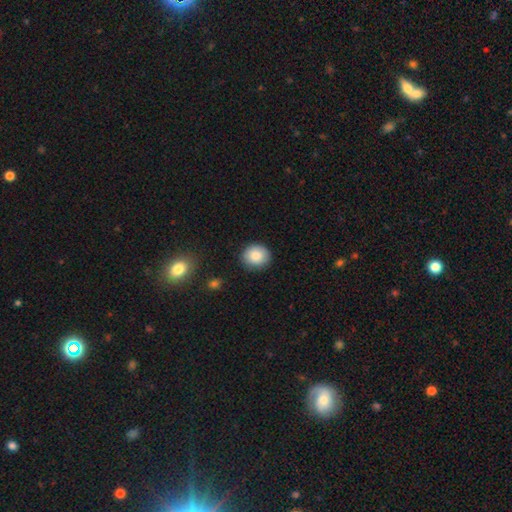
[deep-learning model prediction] This appears to be a smooth galaxy with no disk features (86%) that is round (81%). Merging: none (87%).